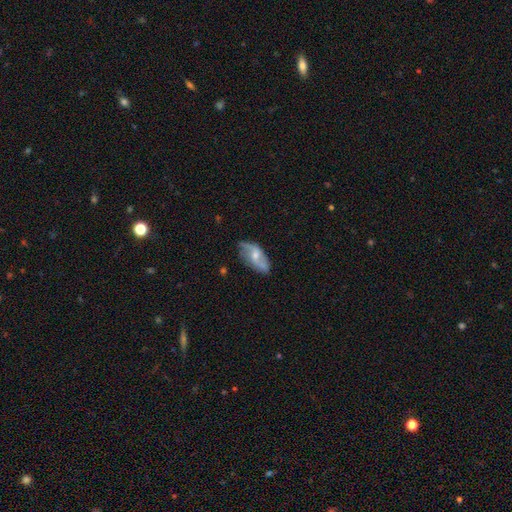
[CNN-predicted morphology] Smooth or featured?
  - featured or disk: 61% *
  - smooth: 32%
  - star or artifact: 6%
Edge-on disk?
  - no: 92% *
  - yes: 8%
Bar?
  - no: 47% *
  - weak: 41%
  - strong: 12%
Spiral arms?
  - yes: 83% *
  - no: 17%
Bulge size?
  - moderate: 48% *
  - small: 45%
  - none: 4%
  - large: 2%
  - dominant: 1%
Merging?
  - none: 67% *
  - minor disturbance: 24%
  - major disturbance: 7%
  - merger: 2%